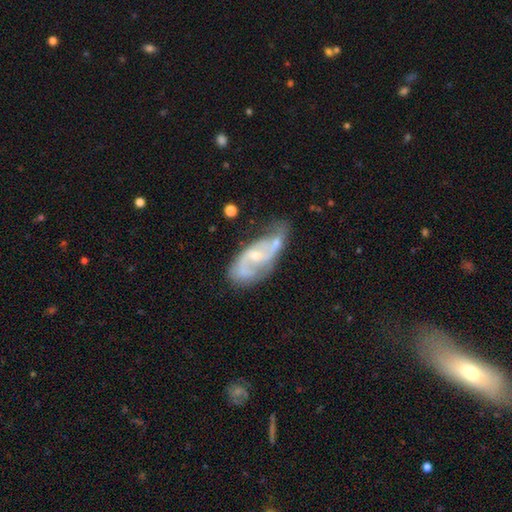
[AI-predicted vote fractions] Smooth or featured: featured or disk — 80% (smooth — 13%)
Edge-on disk: no — 94% (yes — 6%)
Bar: no — 46% (weak — 43%)
Spiral arms: yes — 91% (no — 9%)
Spiral winding: medium — 48% (loose — 33%)
Spiral arm count: 2 — 80% (can't tell — 10%)
Bulge size: small — 63% (moderate — 32%)
Merging: none — 44% (minor disturbance — 29%)